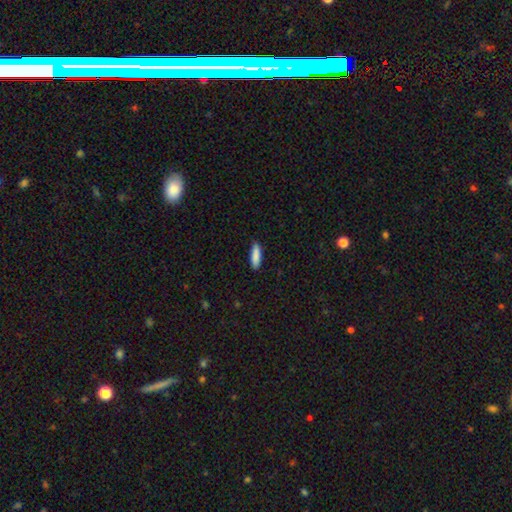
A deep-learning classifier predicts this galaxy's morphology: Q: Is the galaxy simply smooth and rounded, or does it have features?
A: smooth — 87%.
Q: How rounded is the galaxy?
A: cigar-shaped — 62%.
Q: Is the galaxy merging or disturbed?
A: none — 86%.